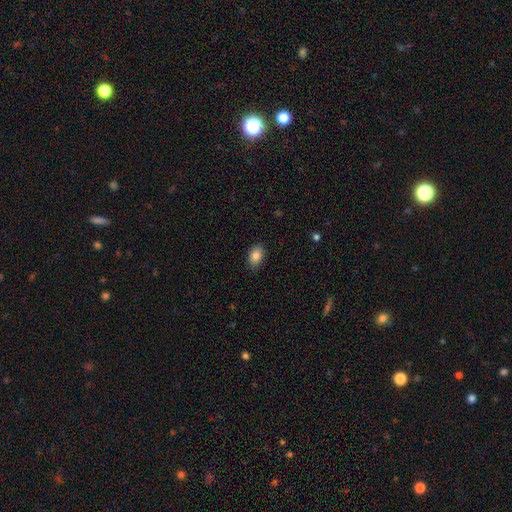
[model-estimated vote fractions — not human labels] Q: Smooth or featured?
A: smooth (85%); runner-up: star or artifact (8%)
Q: How rounded?
A: in between (86%); runner-up: round (13%)
Q: Merging?
A: none (84%); runner-up: minor disturbance (13%)